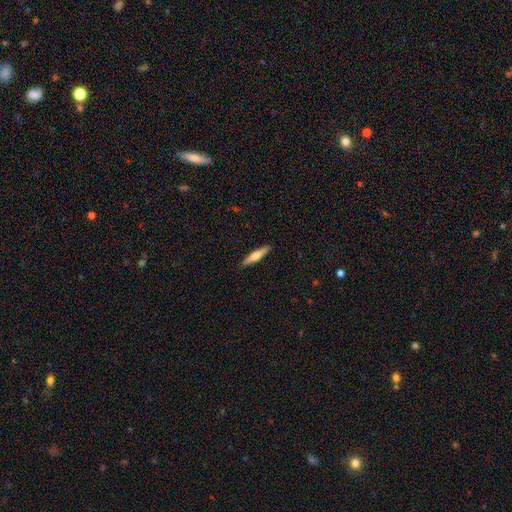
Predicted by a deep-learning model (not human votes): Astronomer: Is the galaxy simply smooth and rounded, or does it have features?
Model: smooth — 50% (runner-up: featured or disk, 45%).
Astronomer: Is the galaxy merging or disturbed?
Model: none — 90%.